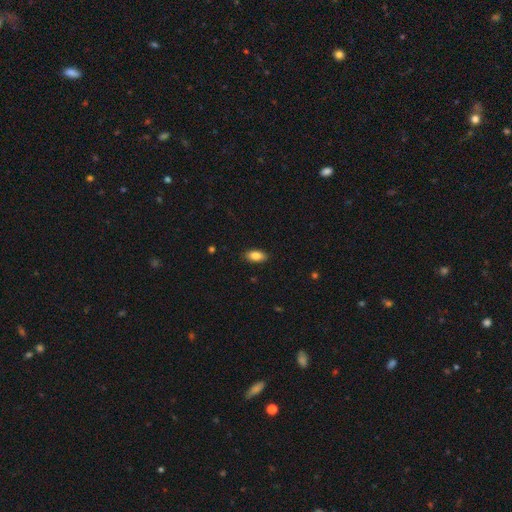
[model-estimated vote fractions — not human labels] Smooth or featured? smooth (85%)
How rounded? in between (90%)
Merging? none (88%)